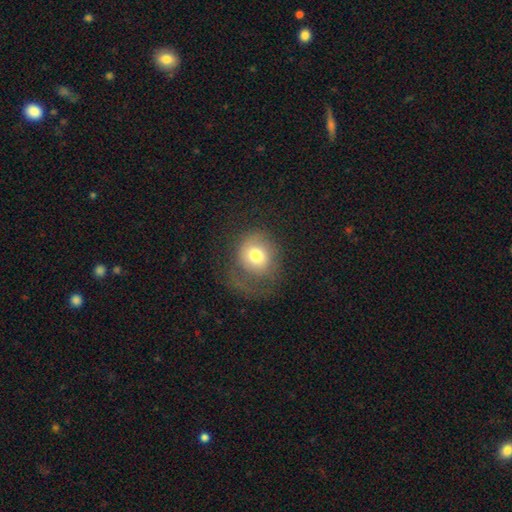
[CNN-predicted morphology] A smooth galaxy with no disk features (70%) that is round (76%). Merging: none (43%).